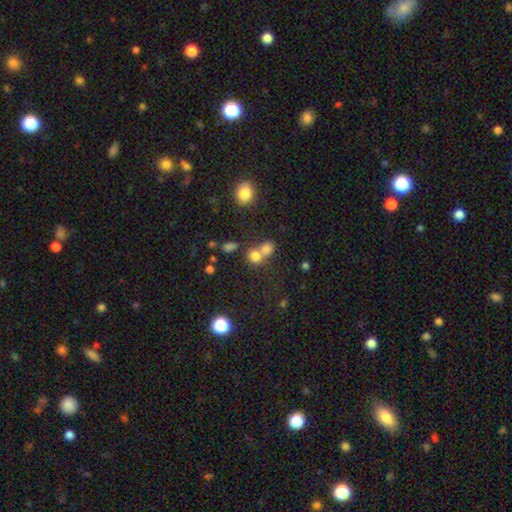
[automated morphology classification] Smooth or featured?
  - smooth: 75% *
  - star or artifact: 16%
  - featured or disk: 9%
How rounded?
  - round: 69% *
  - in between: 30%
  - cigar-shaped: 1%
Merging?
  - merger: 51% *
  - none: 38%
  - minor disturbance: 7%
  - major disturbance: 4%